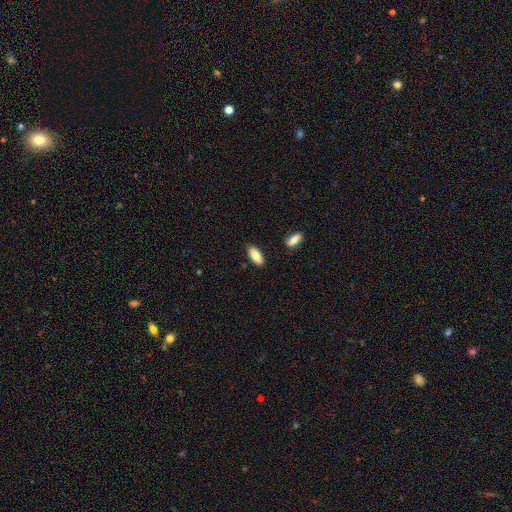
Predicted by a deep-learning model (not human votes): This appears to be a smooth galaxy with no disk features (84%) that is in between round and cigar-shaped (81%). Merging: none (85%).